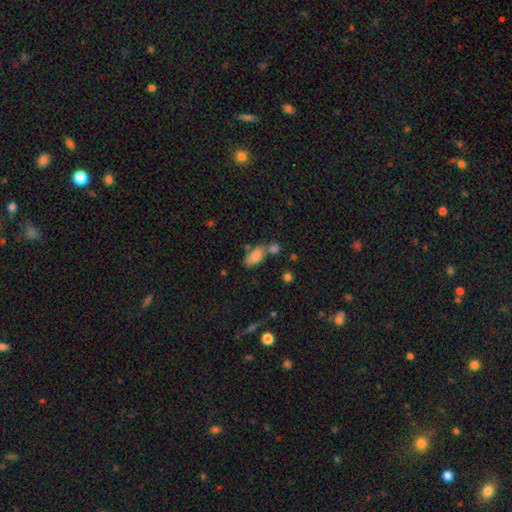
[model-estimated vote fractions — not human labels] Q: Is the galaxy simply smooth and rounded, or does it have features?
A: smooth — 82%.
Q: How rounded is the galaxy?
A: in between — 89%.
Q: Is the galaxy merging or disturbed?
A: none — 43%.